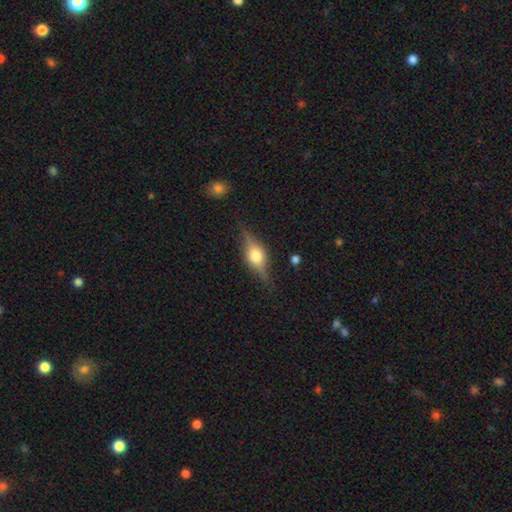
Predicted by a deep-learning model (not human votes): Overall: featured or disk (66%; smooth 26%). Edge-on disk: yes (94%). Edge-on bulge: rounded (93%). Merging: none (83%).